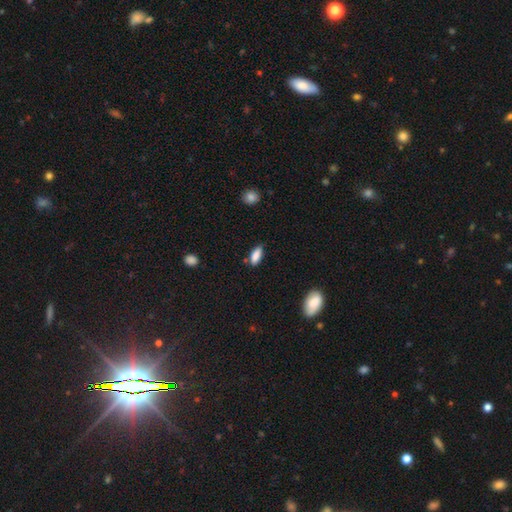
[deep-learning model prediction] This appears to be a smooth galaxy with no disk features (85%) that is in between round and cigar-shaped (78%). Merging: none (75%).